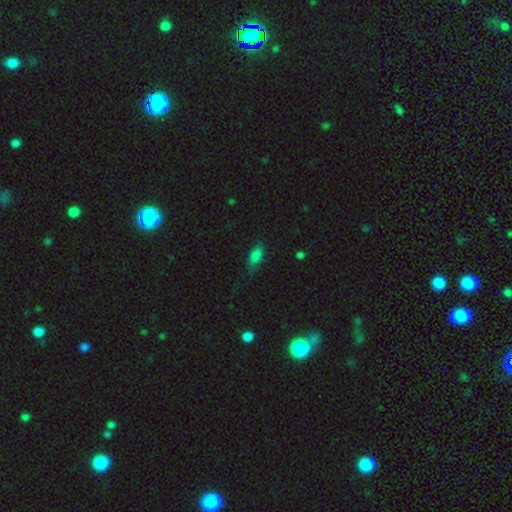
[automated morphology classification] type=smooth (79%); roundness=in between (79%); merging=none (72%).